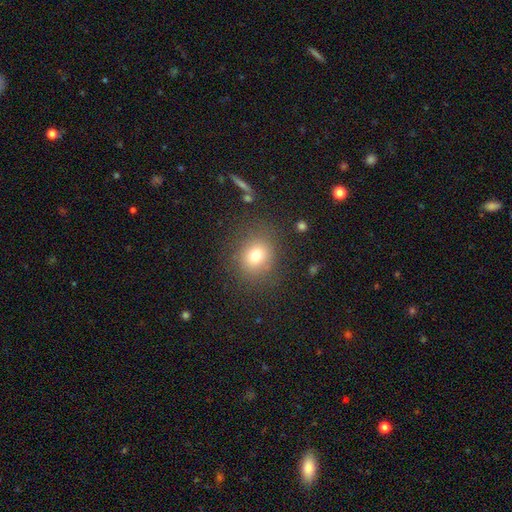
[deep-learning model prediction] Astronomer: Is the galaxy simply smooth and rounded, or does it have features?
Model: smooth — 74%.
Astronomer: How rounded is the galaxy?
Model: round — 77%.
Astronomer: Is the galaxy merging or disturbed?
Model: none — 82%.